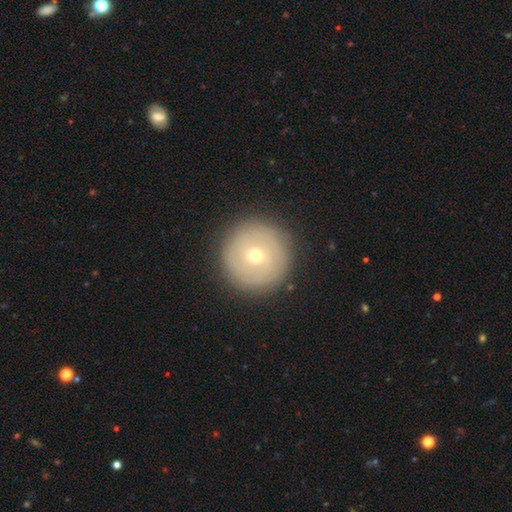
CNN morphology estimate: smooth 49%, featured or disk 41%, star or artifact 10%. Down the decision tree: merging — none (88%).